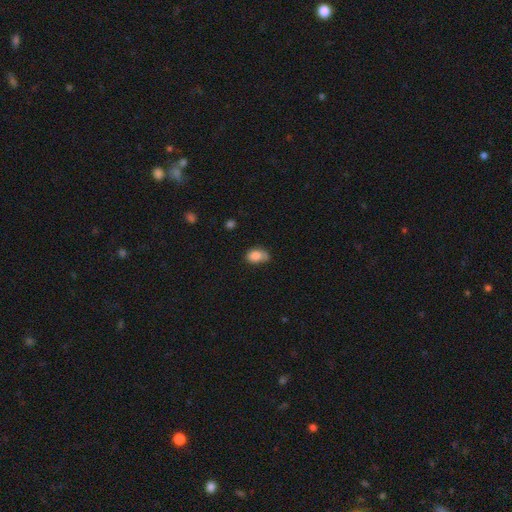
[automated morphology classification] Smooth or featured? smooth (82%)
How rounded? in between (82%)
Merging? none (51%)